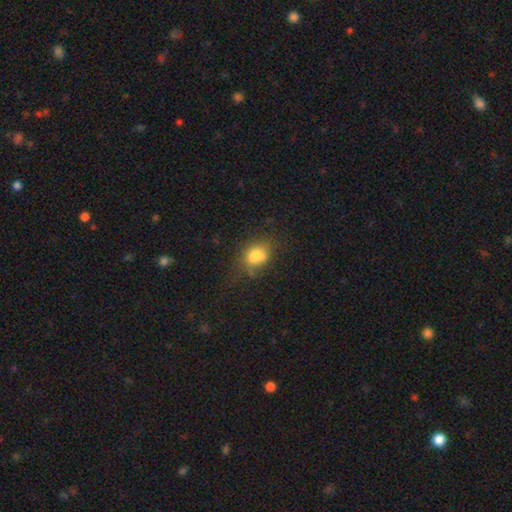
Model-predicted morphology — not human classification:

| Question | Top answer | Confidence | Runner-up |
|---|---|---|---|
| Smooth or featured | smooth | 76% | featured or disk (12%) |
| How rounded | in between | 51% | round (48%) |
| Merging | none | 54% | minor disturbance (24%) |